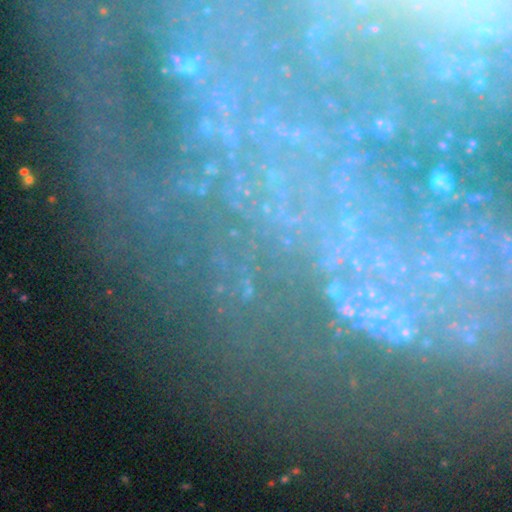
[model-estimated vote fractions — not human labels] Overall: star or artifact (44%; featured or disk 40%).